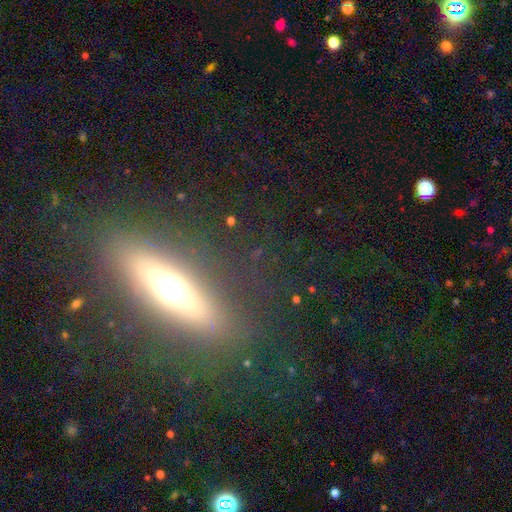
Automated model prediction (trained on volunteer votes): This is possibly a featured or disk galaxy (52%). It is clearly viewed edge-on (84%). Merging: clearly none (85%).